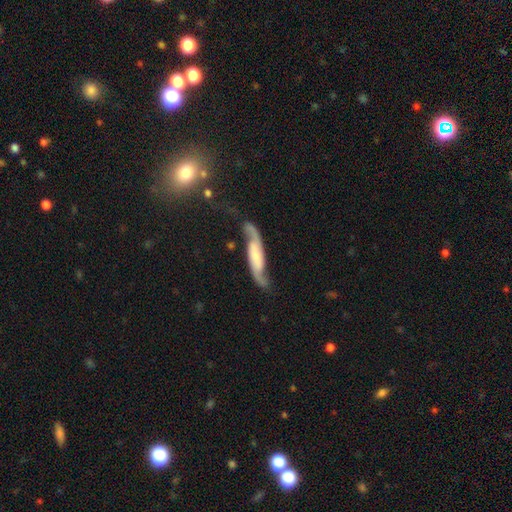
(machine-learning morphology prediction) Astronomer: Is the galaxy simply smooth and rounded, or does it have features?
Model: featured or disk — 80%.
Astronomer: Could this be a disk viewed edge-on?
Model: no — 81%.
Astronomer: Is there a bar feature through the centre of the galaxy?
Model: no — 40% (runner-up: weak, 33%).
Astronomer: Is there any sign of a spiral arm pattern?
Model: yes — 96%.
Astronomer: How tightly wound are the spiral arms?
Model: loose — 56% (runner-up: medium, 32%).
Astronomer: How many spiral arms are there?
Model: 2 — 91%.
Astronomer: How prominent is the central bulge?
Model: small — 37% (runner-up: moderate, 28%).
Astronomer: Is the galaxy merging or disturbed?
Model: none — 69%.